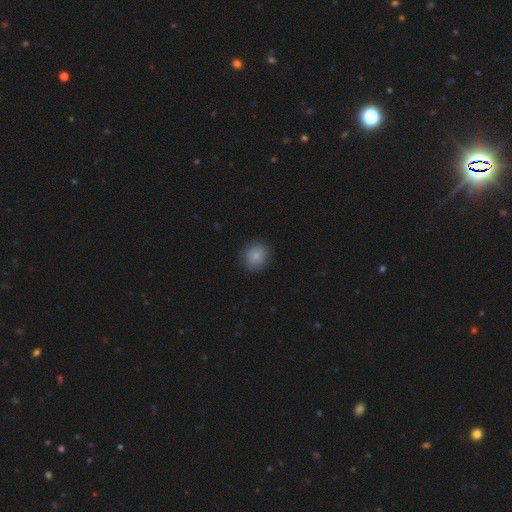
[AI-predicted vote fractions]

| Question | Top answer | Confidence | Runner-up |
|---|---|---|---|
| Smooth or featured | smooth | 84% | star or artifact (9%) |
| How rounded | round | 82% | in between (17%) |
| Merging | none | 87% | minor disturbance (10%) |